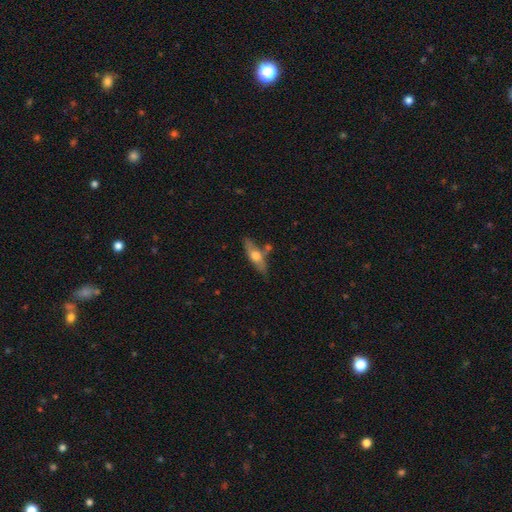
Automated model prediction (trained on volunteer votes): smooth-or-featured: smooth: 49% | featured or disk: 45% | star or artifact: 6%
  merging: none: 66% | minor disturbance: 18% | merger: 11% | major disturbance: 5%